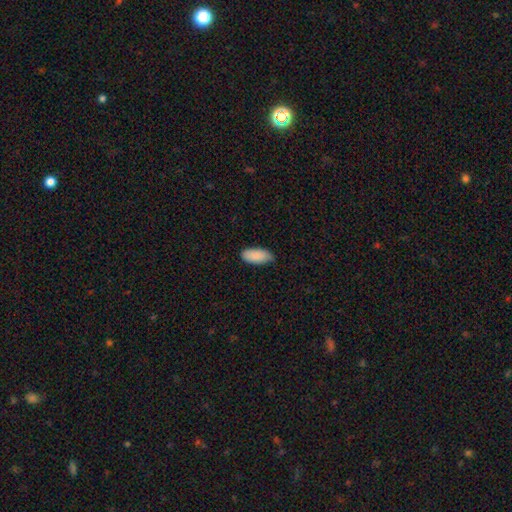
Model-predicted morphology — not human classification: smooth-or-featured: smooth: 90% | star or artifact: 6% | featured or disk: 5%
  how-rounded: in between: 90% | cigar-shaped: 8% | round: 2%
  merging: none: 74% | minor disturbance: 22% | major disturbance: 3% | merger: 1%